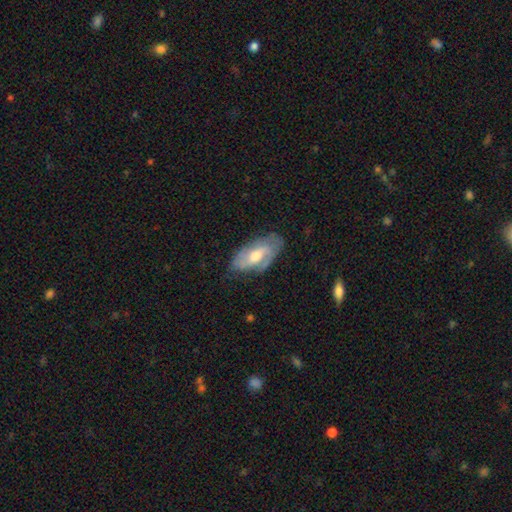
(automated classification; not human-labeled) Smooth or featured? featured or disk (65%)
Edge-on disk? no (91%)
Bar? weak (44%)
Spiral arms? yes (82%)
Bulge size? moderate (65%)
Merging? none (68%)